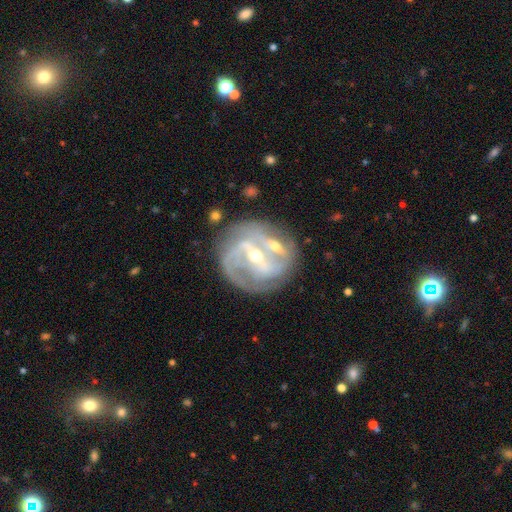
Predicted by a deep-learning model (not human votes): The model was most divided on "spiral winding": tight: 43%, medium: 42%, loose: 15%. More confident: edge-on disk — no (96%); spiral arms — yes (91%); smooth or featured — featured or disk (87%); merging — none (61%); bar — strong (59%); spiral arm count — 2 (58%); bulge size — small (55%).